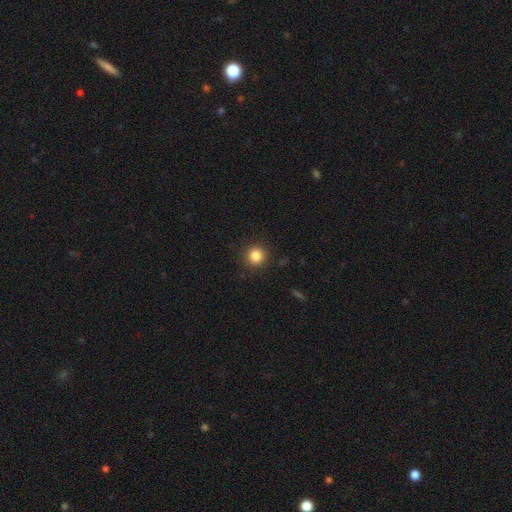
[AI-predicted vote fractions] Morphology: type=smooth (85%); roundness=round (94%); merging=none (91%).